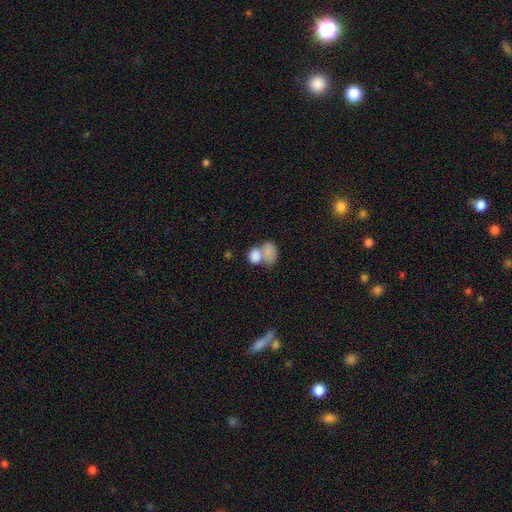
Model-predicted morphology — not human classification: The model was most divided on "how rounded": in between: 57%, round: 42%, cigar-shaped: 1%. More confident: smooth or featured — smooth (81%); merging — merger (64%).